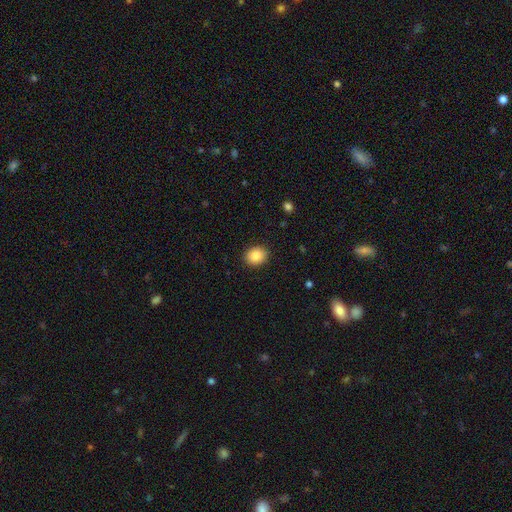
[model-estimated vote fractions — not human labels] This appears to be a smooth galaxy with no disk features (86%) that is round (60%). Merging: none (90%).